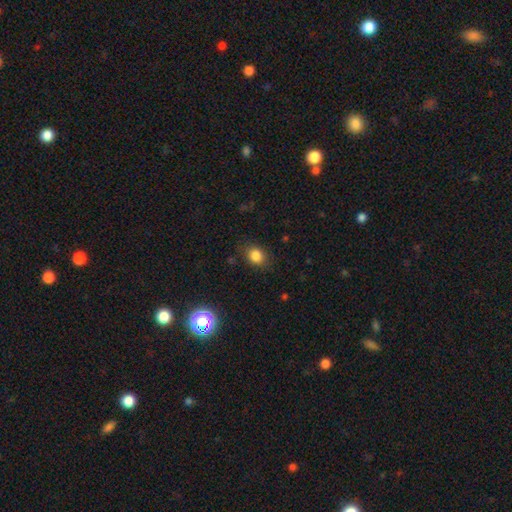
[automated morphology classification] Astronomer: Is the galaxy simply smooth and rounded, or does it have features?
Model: smooth — 83%.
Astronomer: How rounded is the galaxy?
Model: in between — 50% (runner-up: round, 49%).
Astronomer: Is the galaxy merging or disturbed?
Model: none — 79%.